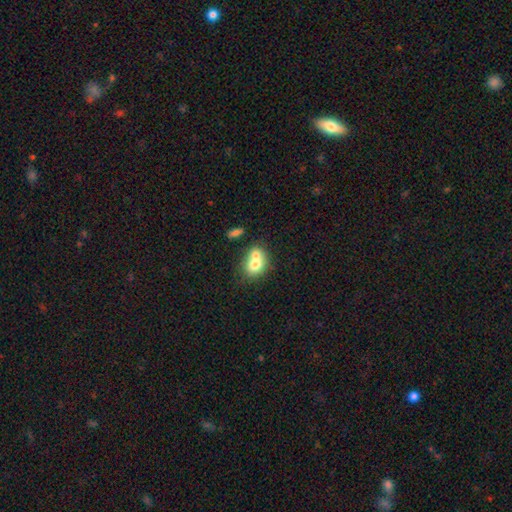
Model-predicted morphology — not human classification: A smooth galaxy with no disk features (70%) that is round (52%). Merging: merger (61%).